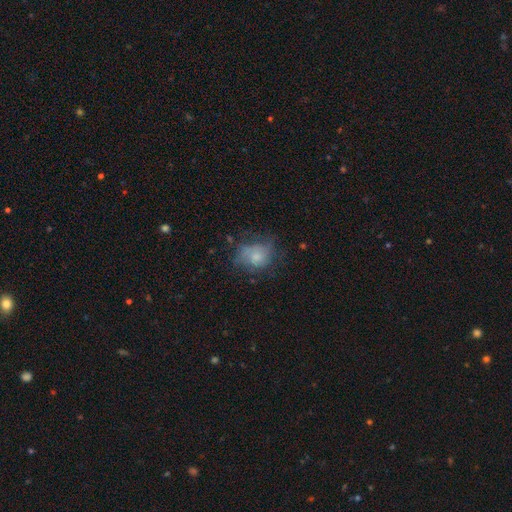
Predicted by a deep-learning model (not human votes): Morphology: type=smooth (59%); roundness=round (57%); merging=none (44%).